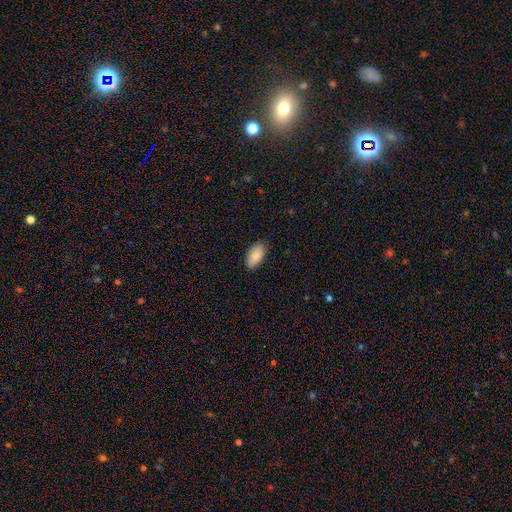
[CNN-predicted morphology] Smooth or featured?
  - smooth: 85% *
  - featured or disk: 9%
  - star or artifact: 6%
How rounded?
  - in between: 95% *
  - round: 3%
  - cigar-shaped: 2%
Merging?
  - none: 87% *
  - minor disturbance: 10%
  - major disturbance: 2%
  - merger: 1%